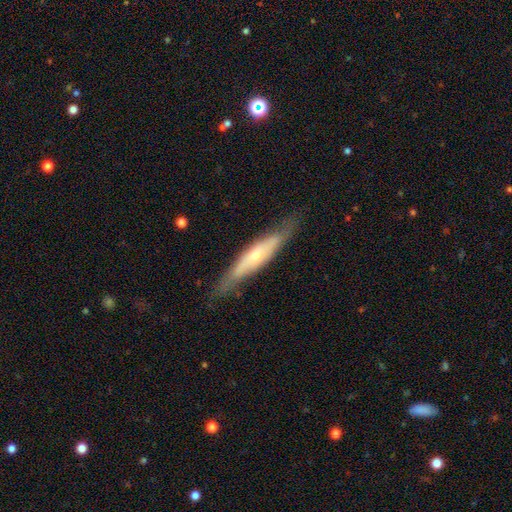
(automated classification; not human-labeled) This appears to be a featured or disk galaxy (60%) viewed edge-on (69%). Merging: none (78%).